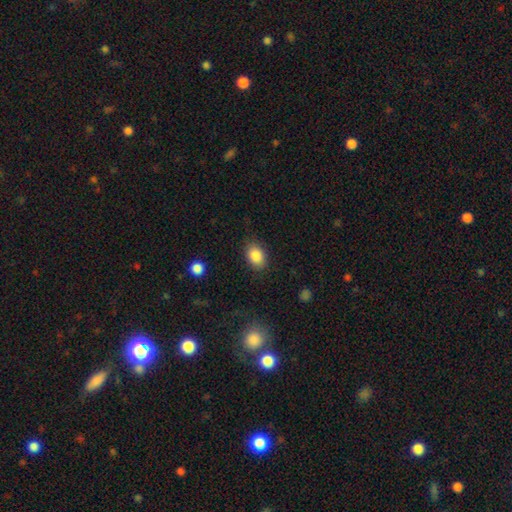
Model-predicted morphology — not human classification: Smooth or featured? Predicted: smooth (p=0.87). How rounded? Predicted: in between (p=0.75). Merging? Predicted: none (p=0.82).